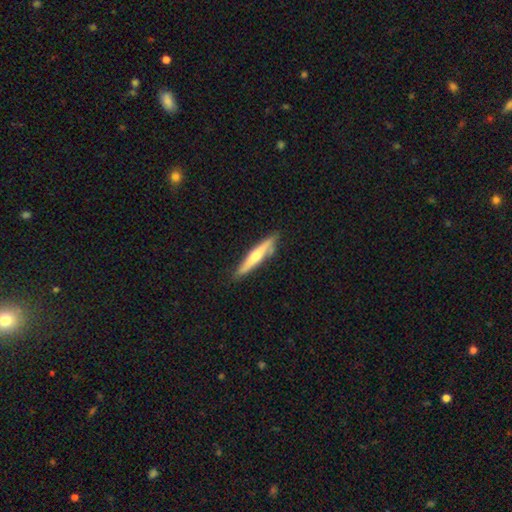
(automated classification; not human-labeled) This appears to be a featured or disk galaxy (50%). Merging: none (81%).